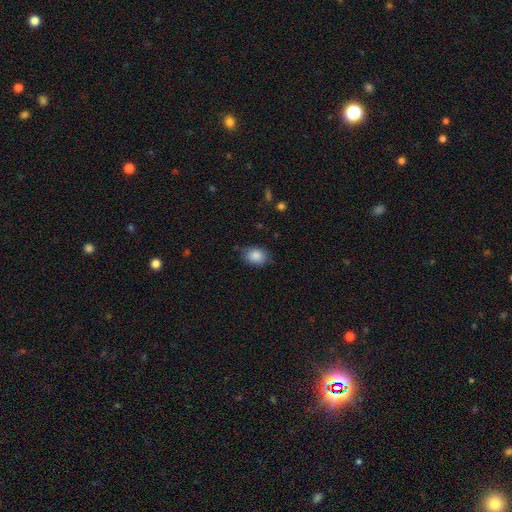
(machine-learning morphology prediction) Smooth or featured? smooth (86%)
How rounded? in between (67%)
Merging? none (76%)